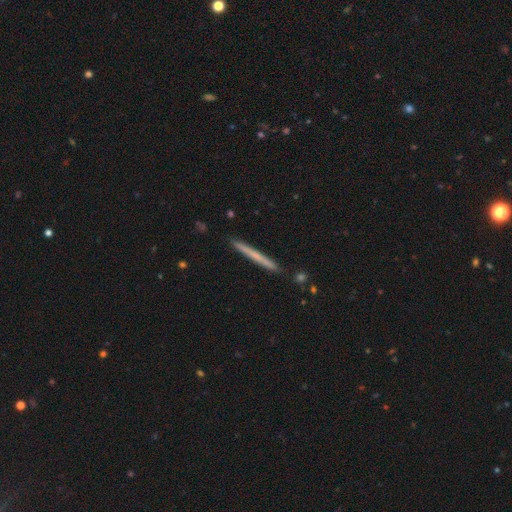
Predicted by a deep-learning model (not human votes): smooth 57%, featured or disk 38%, star or artifact 5%. Down the decision tree: how rounded — cigar-shaped (97%); merging — none (91%).